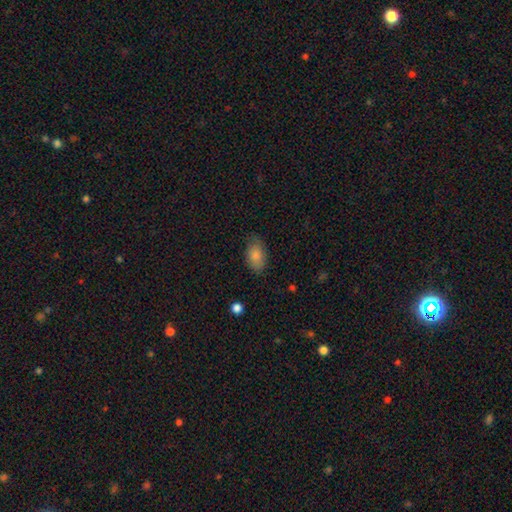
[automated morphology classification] The model was most divided on "merging": none: 74%, minor disturbance: 20%, major disturbance: 4%, merger: 1%. More confident: how rounded — in between (92%); smooth or featured — smooth (83%).